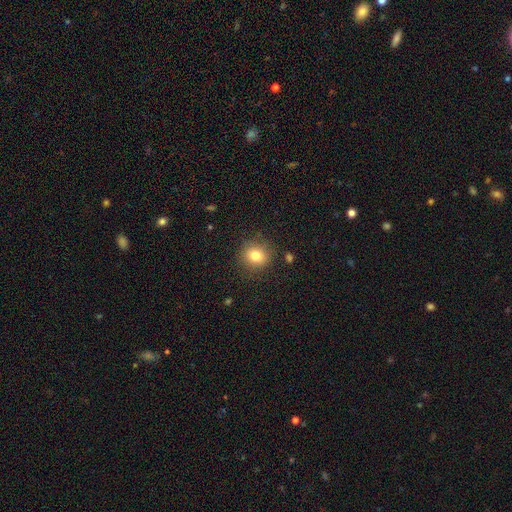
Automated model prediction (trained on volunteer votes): smooth 79%, star or artifact 12%, featured or disk 9%. Down the decision tree: how rounded — round (85%); merging — none (87%).